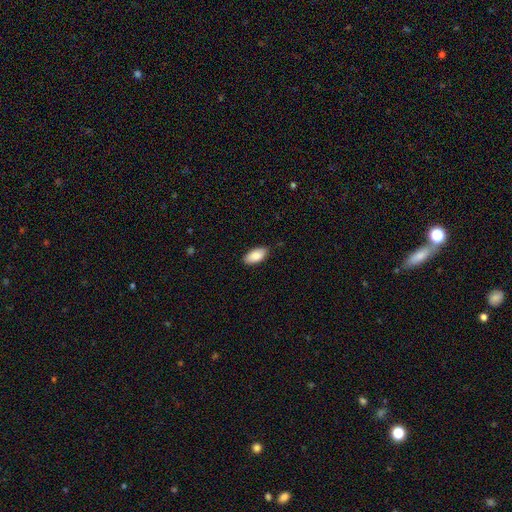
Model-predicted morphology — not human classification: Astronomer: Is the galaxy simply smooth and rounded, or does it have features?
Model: smooth — 87%.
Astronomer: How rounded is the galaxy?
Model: in between — 94%.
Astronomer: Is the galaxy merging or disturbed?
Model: none — 86%.